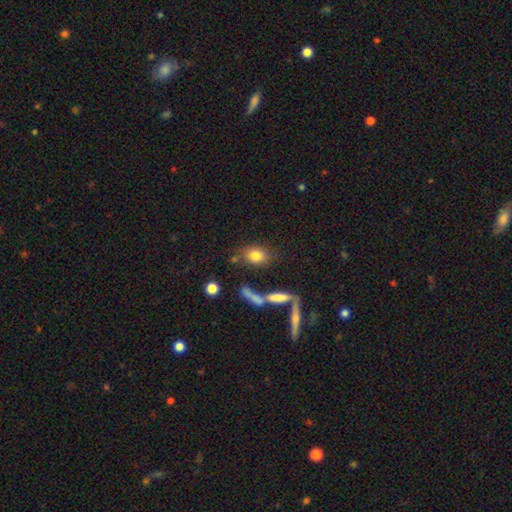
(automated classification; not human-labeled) smooth 80%, featured or disk 11%, star or artifact 9%. Down the decision tree: how rounded — in between (58%); merging — none (63%).